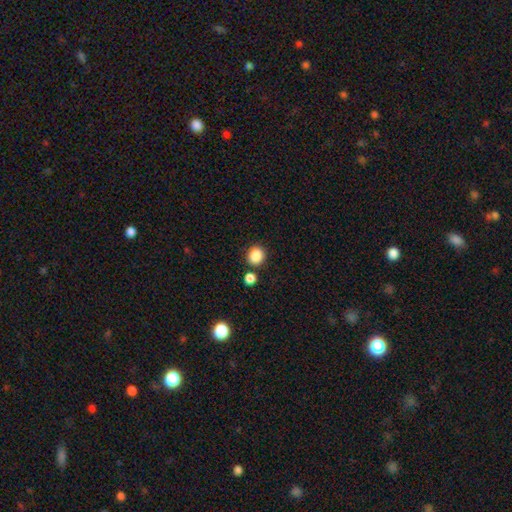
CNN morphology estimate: smooth 86%, star or artifact 10%, featured or disk 4%. Down the decision tree: how rounded — round (79%); merging — none (81%).